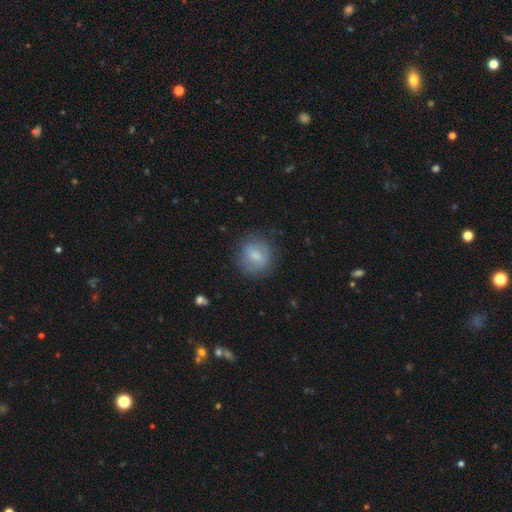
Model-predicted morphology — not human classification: Smooth or featured? Predicted: smooth (p=0.74). How rounded? Predicted: round (p=0.77). Merging? Predicted: none (p=0.79).